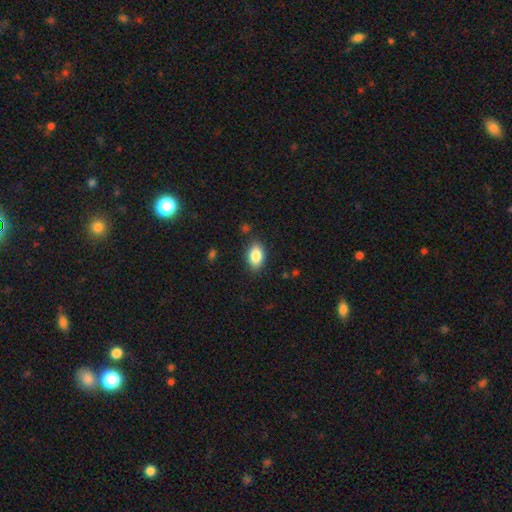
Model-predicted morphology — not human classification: type=smooth (86%); roundness=in between (90%); merging=none (85%).